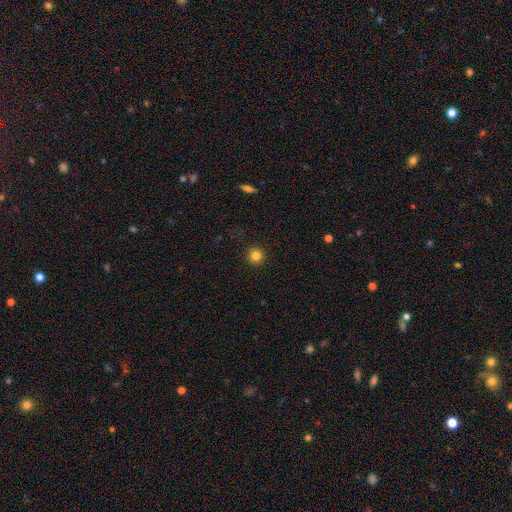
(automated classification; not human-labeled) A smooth galaxy with no disk features (83%) that is round (95%). Merging: none (92%).